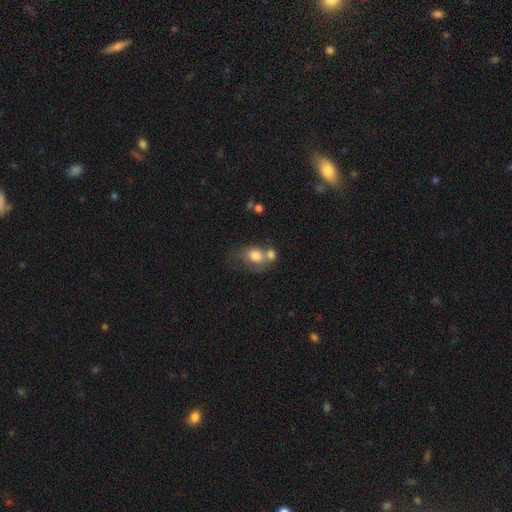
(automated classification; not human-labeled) Smooth or featured? Predicted: smooth (p=0.75). How rounded? Predicted: in between (p=0.59). Merging? Predicted: merger (p=0.51).